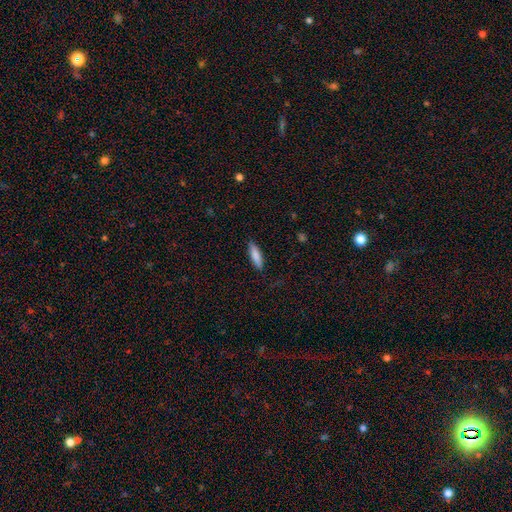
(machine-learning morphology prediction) Smooth or featured: smooth — 83% (featured or disk — 11%)
How rounded: cigar-shaped — 66% (in between — 33%)
Merging: none — 86% (minor disturbance — 10%)